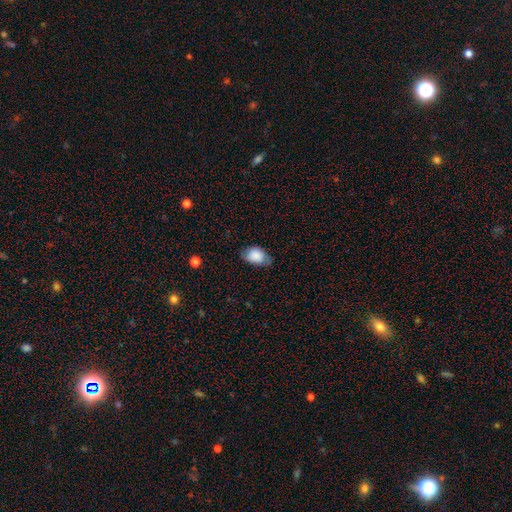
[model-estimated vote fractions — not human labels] Morphology: type=smooth (83%); roundness=in between (83%); merging=none (56%).